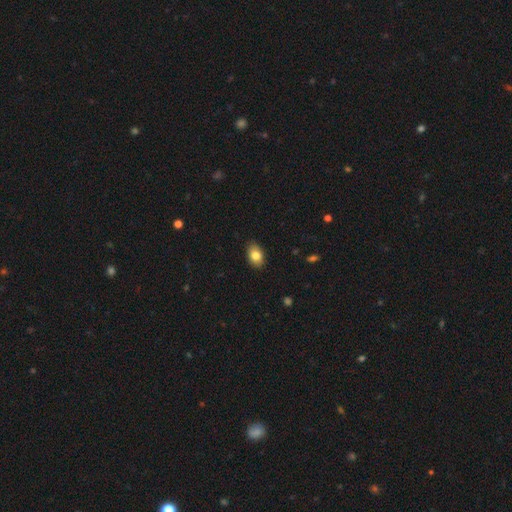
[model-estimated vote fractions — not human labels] smooth_or_featured: smooth (p=0.82) [alt: featured or disk p=0.10]
how_rounded: in between (p=0.87) [alt: round p=0.12]
merging: none (p=0.87) [alt: minor disturbance p=0.10]